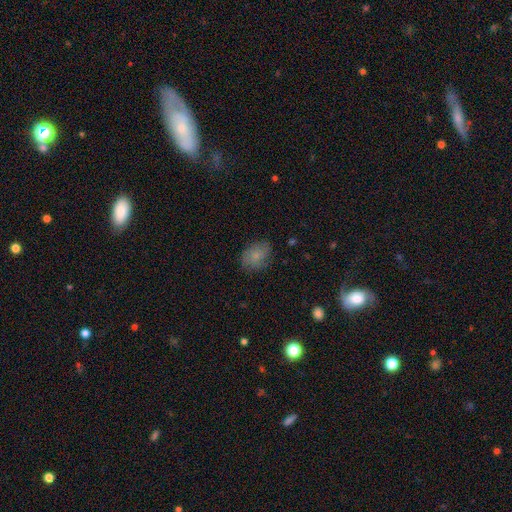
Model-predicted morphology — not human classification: Smooth or featured?
  - smooth: 73% *
  - featured or disk: 19%
  - star or artifact: 9%
How rounded?
  - in between: 65% *
  - round: 34%
  - cigar-shaped: 1%
Merging?
  - none: 71% *
  - minor disturbance: 21%
  - major disturbance: 6%
  - merger: 1%